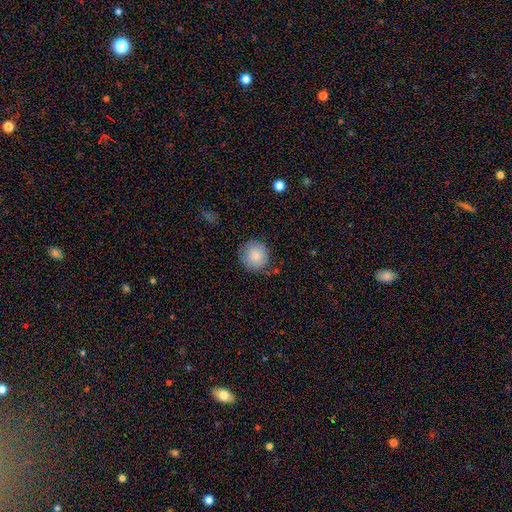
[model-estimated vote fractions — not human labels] The model was most divided on "merging": none: 81%, minor disturbance: 14%, major disturbance: 3%, merger: 2%. More confident: how rounded — round (94%); smooth or featured — smooth (85%).